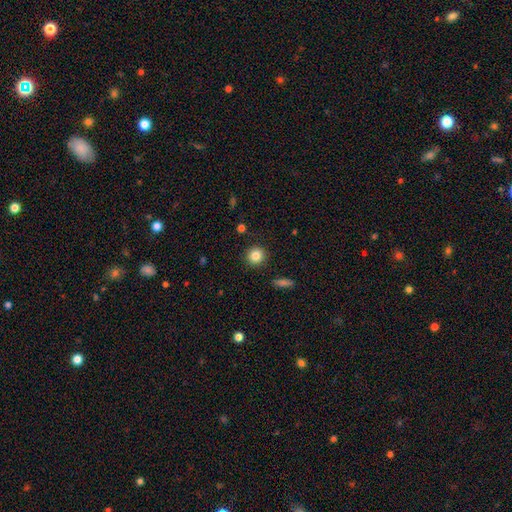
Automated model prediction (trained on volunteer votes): Smooth or featured: smooth — 84% (star or artifact — 10%)
How rounded: round — 92% (in between — 7%)
Merging: none — 91% (minor disturbance — 6%)